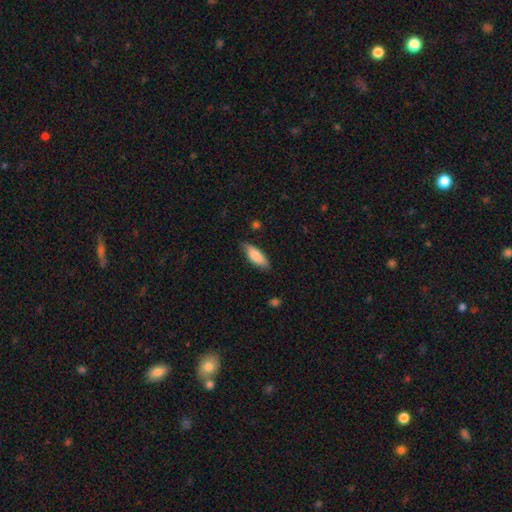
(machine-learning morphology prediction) A smooth galaxy with no disk features (83%) that is in between round and cigar-shaped (71%).

Vote fractions:
- Smooth or featured? smooth: 83% / featured or disk: 11% / star or artifact: 6%
- How rounded? in between: 71% / cigar-shaped: 27% / round: 2%
- Merging? none: 76% / minor disturbance: 20% / major disturbance: 3% / merger: 1%